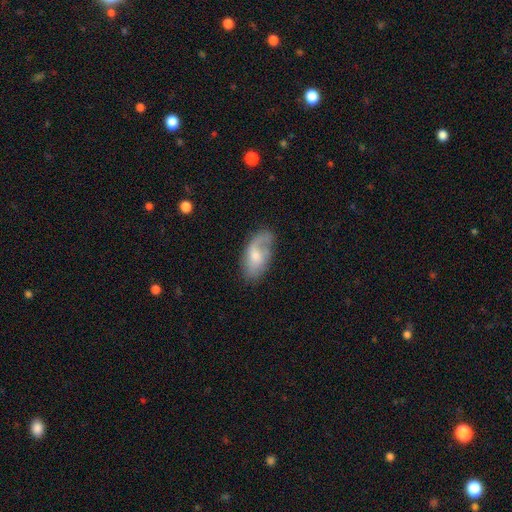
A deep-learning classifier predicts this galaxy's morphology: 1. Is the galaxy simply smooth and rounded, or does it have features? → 47% smooth, 46% featured or disk, 7% star or artifact.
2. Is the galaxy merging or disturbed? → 52% none, 28% minor disturbance, 17% major disturbance, 3% merger.